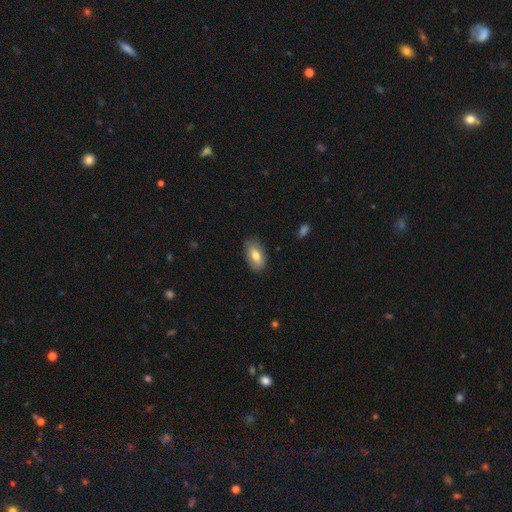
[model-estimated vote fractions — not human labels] Smooth or featured? Predicted: smooth (p=0.71). How rounded? Predicted: in between (p=0.92). Merging? Predicted: none (p=0.80).